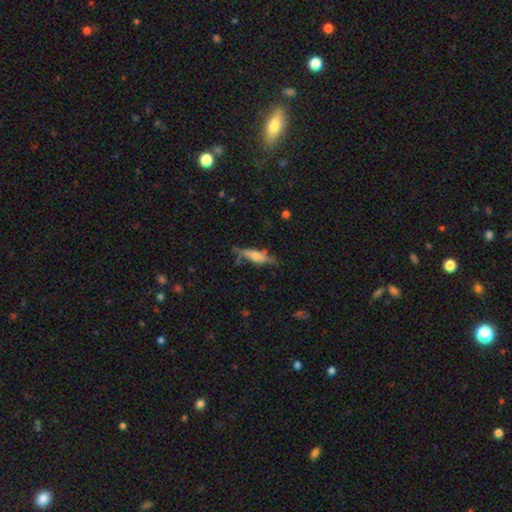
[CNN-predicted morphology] This is possibly a featured or disk galaxy (53%). It is clearly viewed edge-on (87%). Merging: likely none (71%).